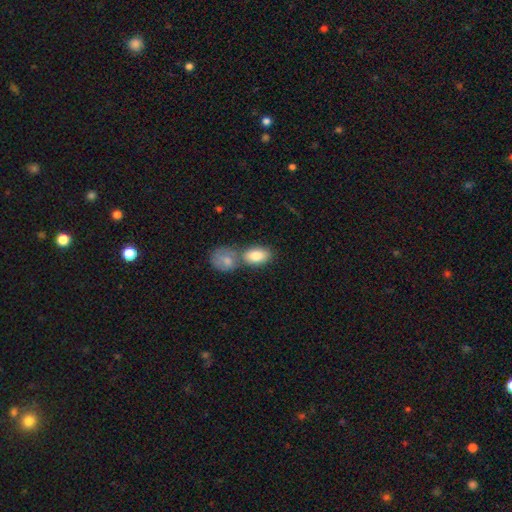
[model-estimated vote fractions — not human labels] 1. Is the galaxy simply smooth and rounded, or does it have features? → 83% smooth, 11% featured or disk, 6% star or artifact.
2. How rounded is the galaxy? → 88% in between, 10% round, 2% cigar-shaped.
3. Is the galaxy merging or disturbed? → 45% none, 39% merger, 11% minor disturbance, 4% major disturbance.